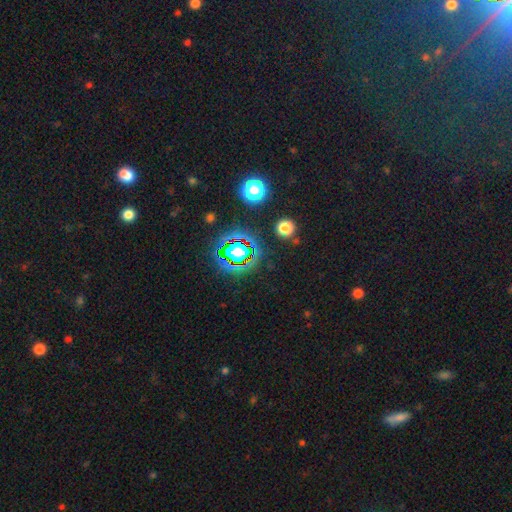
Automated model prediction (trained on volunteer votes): Overall: star or artifact (80%).